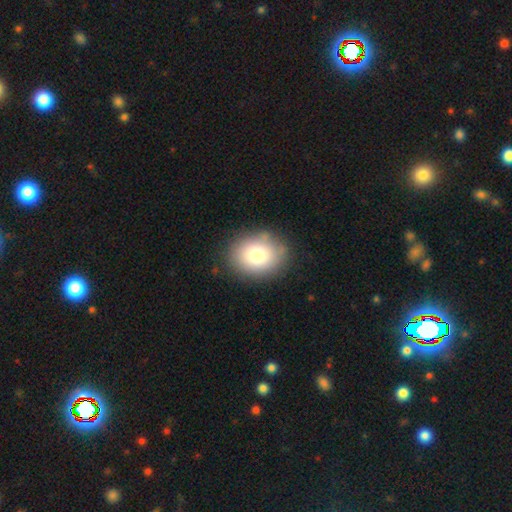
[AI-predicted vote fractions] Overall: smooth (80%). How rounded: in between (53%; round 46%). Merging: none (83%).